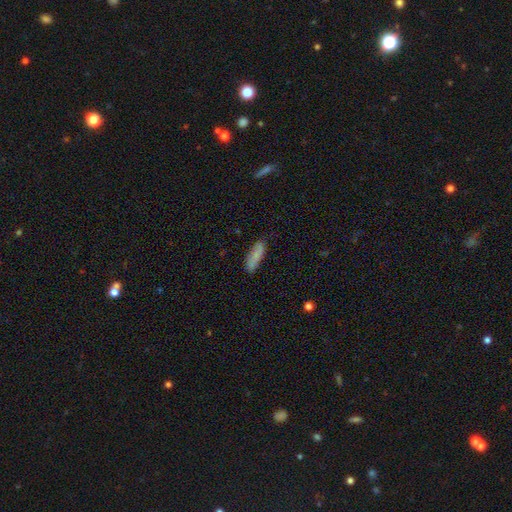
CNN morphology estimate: Smooth or featured? smooth (78%)
How rounded? cigar-shaped (52%)
Merging? none (81%)